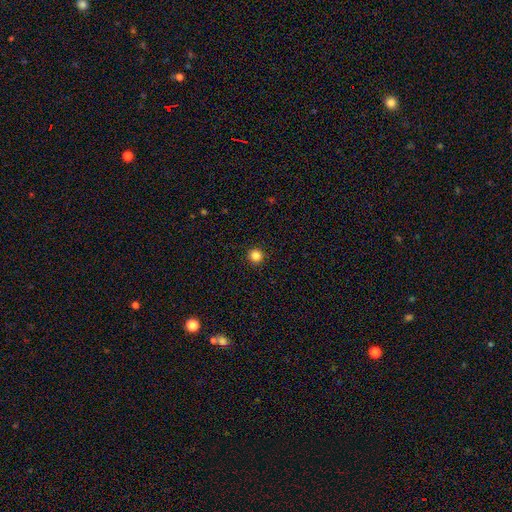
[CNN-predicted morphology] smooth 84%, star or artifact 12%, featured or disk 4%. Down the decision tree: how rounded — round (95%); merging — none (93%).